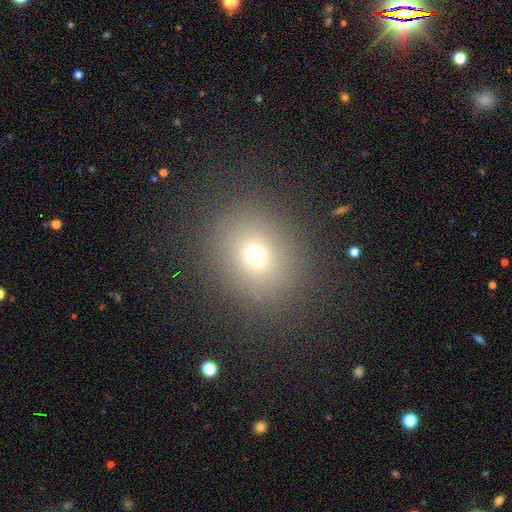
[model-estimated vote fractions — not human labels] smooth_or_featured: smooth (p=0.69) [alt: star or artifact p=0.20]
how_rounded: round (p=0.69) [alt: in between p=0.30]
merging: none (p=0.86) [alt: minor disturbance p=0.08]